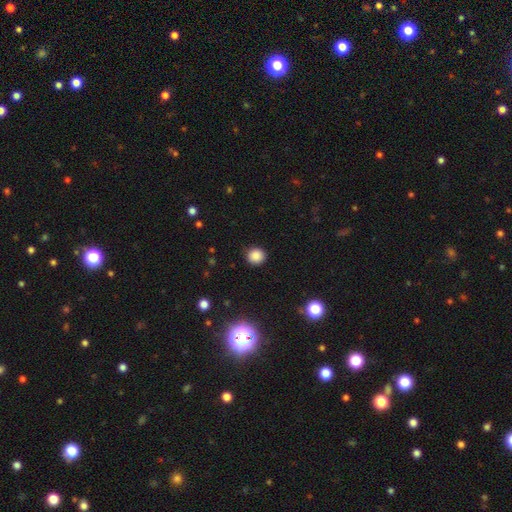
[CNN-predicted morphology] Smooth or featured?
  - smooth: 84% *
  - star or artifact: 12%
  - featured or disk: 4%
How rounded?
  - round: 88% *
  - in between: 11%
  - cigar-shaped: 1%
Merging?
  - none: 90% *
  - minor disturbance: 7%
  - major disturbance: 2%
  - merger: 1%